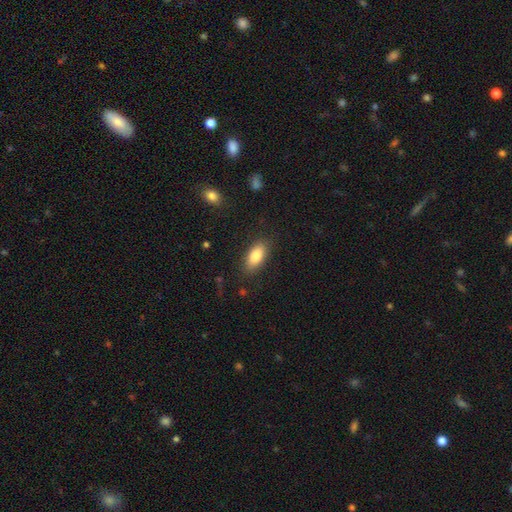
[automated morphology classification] Smooth or featured? smooth (83%)
How rounded? in between (86%)
Merging? none (85%)